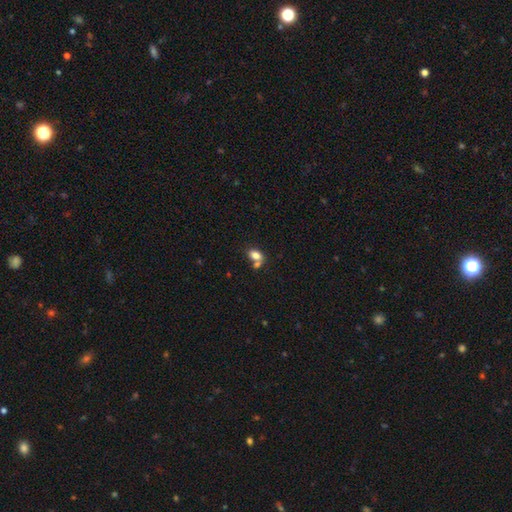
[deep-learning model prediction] A smooth galaxy with no disk features (79%) that is in between round and cigar-shaped (78%).

Vote fractions:
- Smooth or featured? smooth: 79% / featured or disk: 11% / star or artifact: 10%
- How rounded? in between: 78% / round: 21% / cigar-shaped: 2%
- Merging? none: 43% / merger: 40% / minor disturbance: 12% / major disturbance: 5%